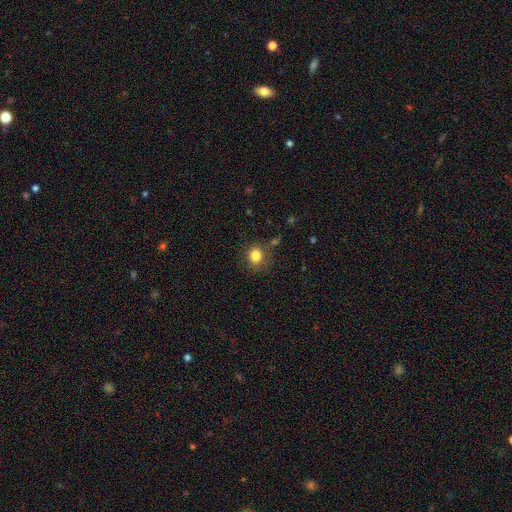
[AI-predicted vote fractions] Smooth or featured: smooth — 83% (star or artifact — 11%)
How rounded: round — 78% (in between — 21%)
Merging: none — 75% (minor disturbance — 15%)